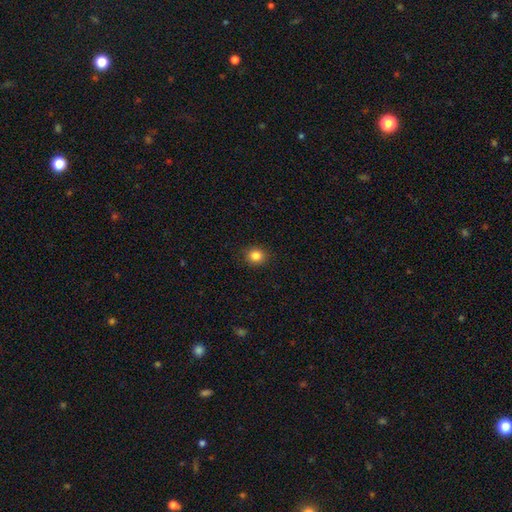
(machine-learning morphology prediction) Q: Smooth or featured?
A: smooth (84%); runner-up: star or artifact (11%)
Q: How rounded?
A: round (81%); runner-up: in between (19%)
Q: Merging?
A: none (90%); runner-up: minor disturbance (7%)